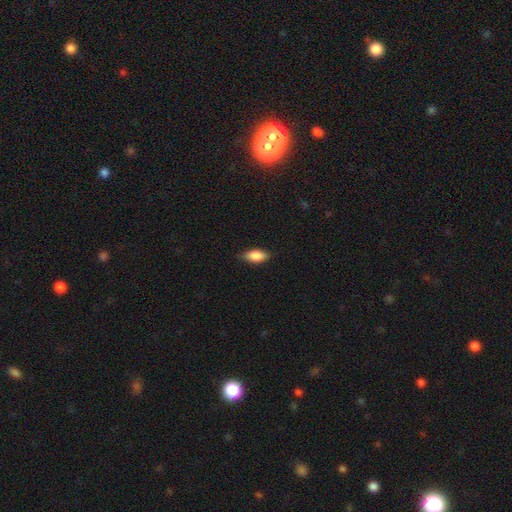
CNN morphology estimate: Q: Smooth or featured?
A: smooth (85%); runner-up: featured or disk (8%)
Q: How rounded?
A: in between (87%); runner-up: cigar-shaped (9%)
Q: Merging?
A: none (78%); runner-up: minor disturbance (18%)